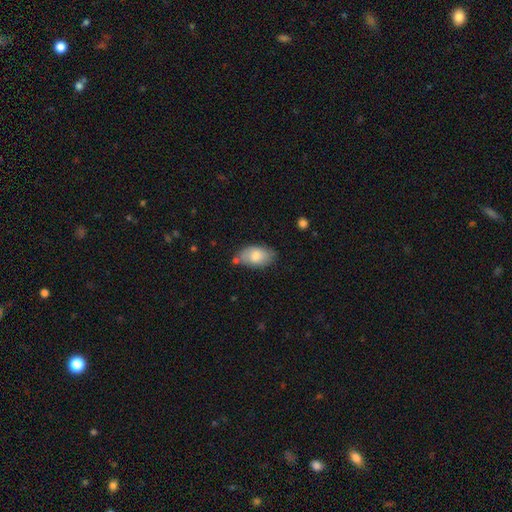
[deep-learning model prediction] Q: Smooth or featured?
A: smooth (78%); runner-up: featured or disk (16%)
Q: How rounded?
A: in between (94%); runner-up: round (5%)
Q: Merging?
A: none (64%); runner-up: minor disturbance (24%)